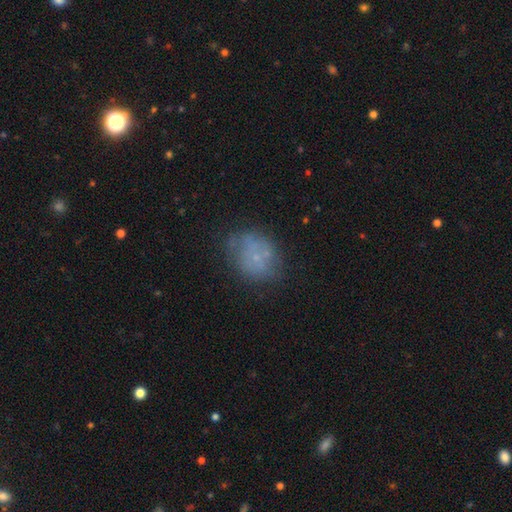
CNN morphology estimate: This is possibly a smooth galaxy (52%). How rounded: possibly round (53%). Merging: possibly none (59%).